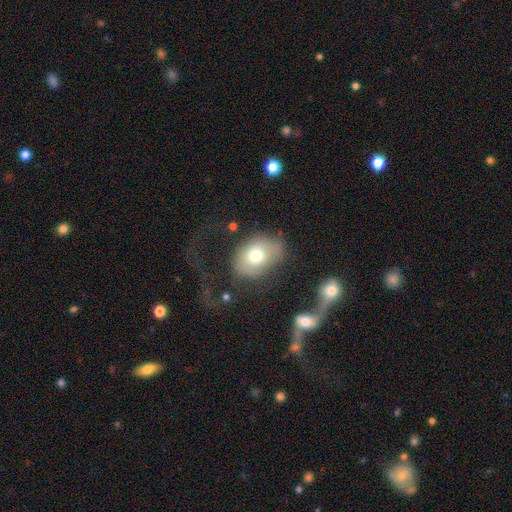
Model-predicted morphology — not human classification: This appears to be a smooth galaxy with no disk features (68%) that is in between round and cigar-shaped (70%). Merging: none (49%).